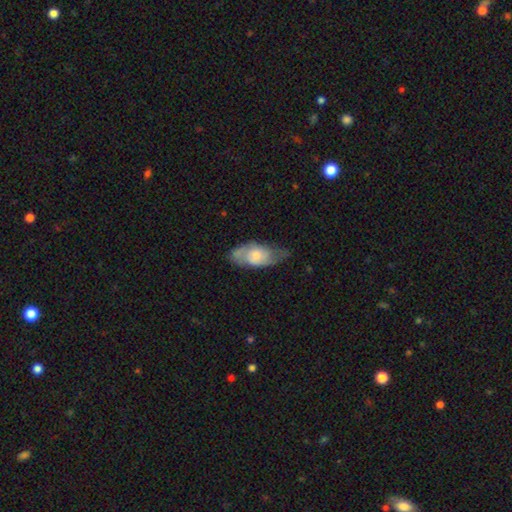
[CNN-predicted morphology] type=featured or disk (48%); merging=none (52%).